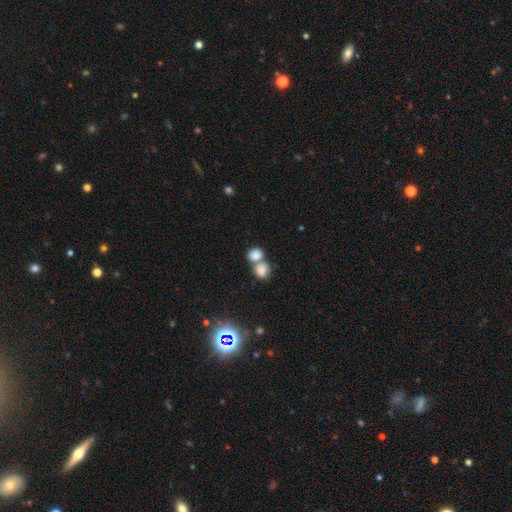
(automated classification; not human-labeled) Smooth or featured?
  - smooth: 82% *
  - star or artifact: 9%
  - featured or disk: 8%
How rounded?
  - round: 61% *
  - in between: 38%
  - cigar-shaped: 1%
Merging?
  - merger: 60% *
  - none: 30%
  - minor disturbance: 6%
  - major disturbance: 3%